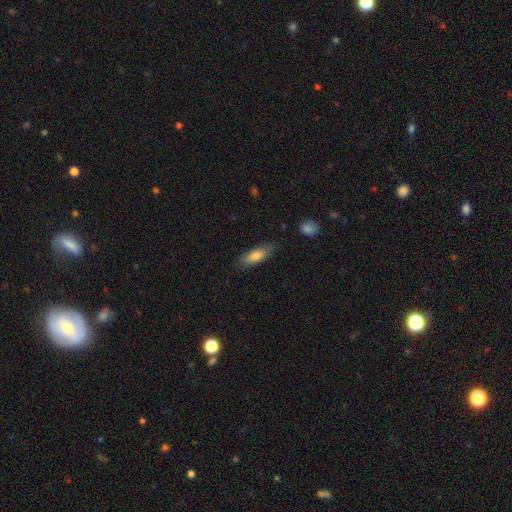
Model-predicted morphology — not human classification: This is likely a smooth galaxy (80%). How rounded: likely in between (60%). Merging: likely none (79%).